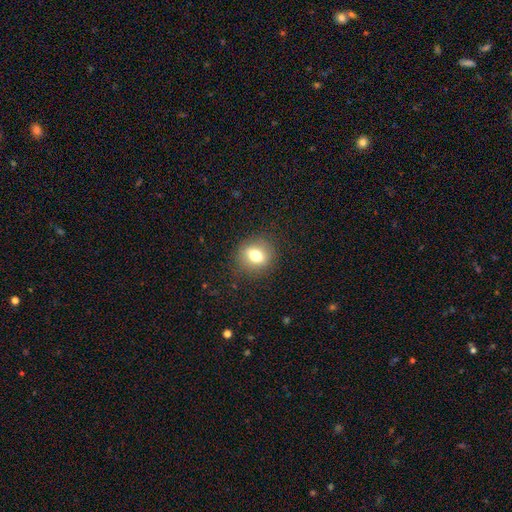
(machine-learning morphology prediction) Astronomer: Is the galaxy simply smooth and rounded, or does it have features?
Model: smooth — 73%.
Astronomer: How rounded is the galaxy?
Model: round — 71%.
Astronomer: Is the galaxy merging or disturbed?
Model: none — 86%.